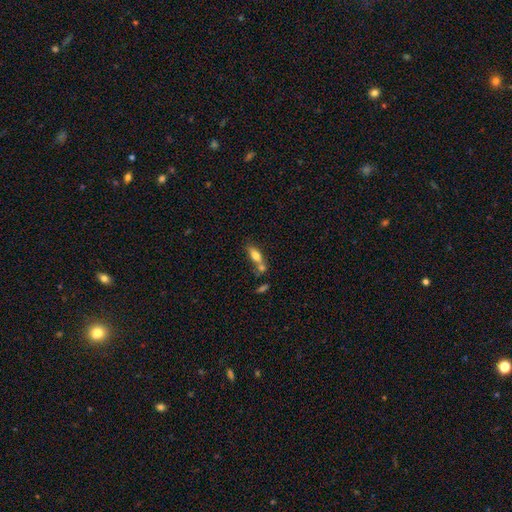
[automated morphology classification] Q: Smooth or featured?
A: smooth (75%); runner-up: featured or disk (17%)
Q: How rounded?
A: in between (76%); runner-up: cigar-shaped (19%)
Q: Merging?
A: merger (45%); runner-up: none (36%)